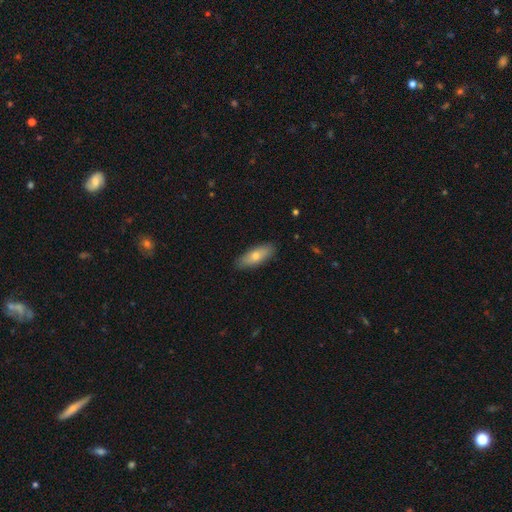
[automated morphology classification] type=smooth (69%); roundness=in between (65%); merging=none (88%).